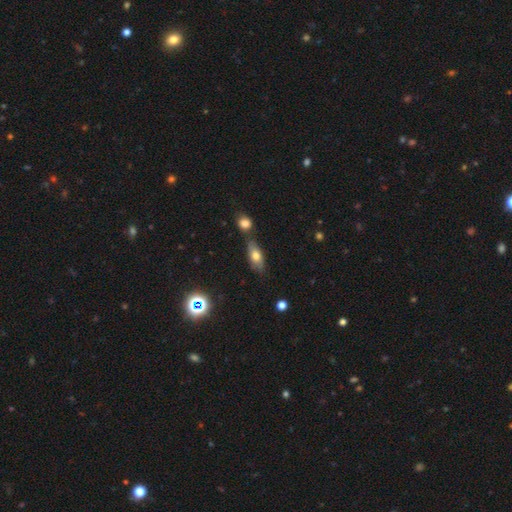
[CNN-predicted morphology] smooth-or-featured: smooth: 67% | featured or disk: 23% | star or artifact: 10%
  how-rounded: in between: 77% | cigar-shaped: 17% | round: 6%
  merging: none: 65% | minor disturbance: 16% | merger: 16% | major disturbance: 4%